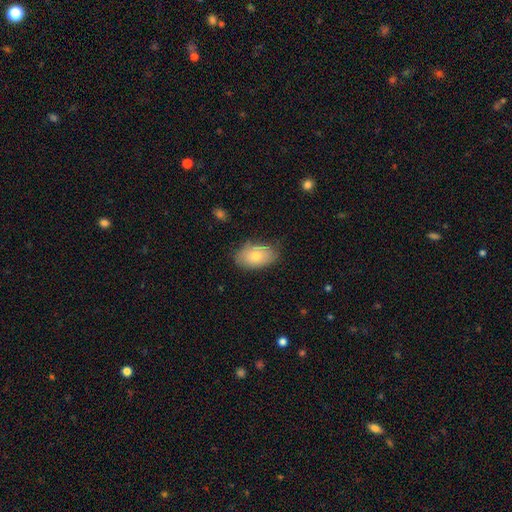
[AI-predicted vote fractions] A smooth galaxy with no disk features (72%) that is in between round and cigar-shaped (91%).

Vote fractions:
- Smooth or featured? smooth: 72% / featured or disk: 21% / star or artifact: 7%
- How rounded? in between: 91% / round: 8% / cigar-shaped: 1%
- Merging? none: 75% / minor disturbance: 20% / major disturbance: 4% / merger: 1%